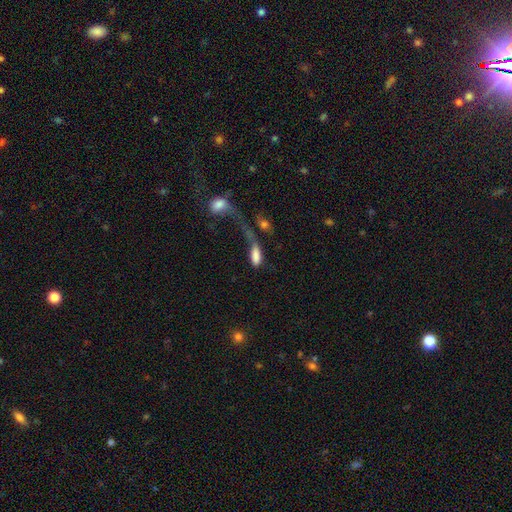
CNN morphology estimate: This is likely a smooth galaxy (78%). How rounded: likely in between (77%). Merging: possibly merger (46%).